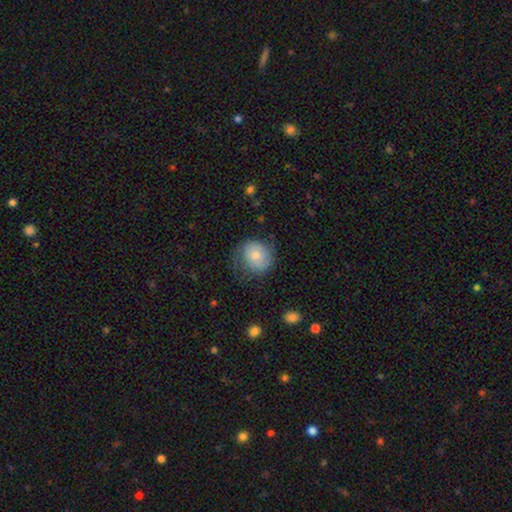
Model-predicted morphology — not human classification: Smooth or featured: smooth — 64% (featured or disk — 28%)
How rounded: round — 80% (in between — 19%)
Merging: none — 61% (minor disturbance — 26%)